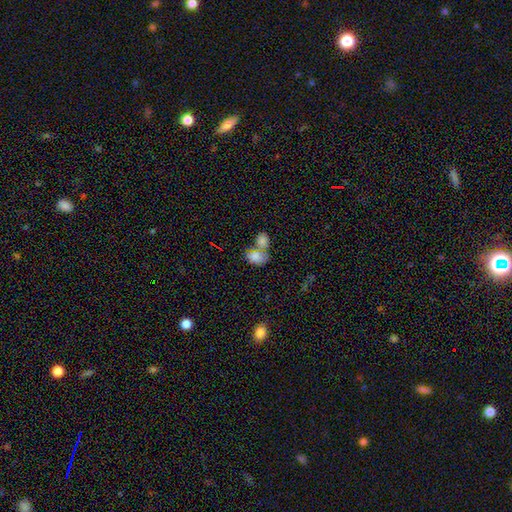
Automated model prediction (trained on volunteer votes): Smooth or featured: smooth — 81% (featured or disk — 10%)
How rounded: in between — 79% (round — 20%)
Merging: merger — 57% (none — 27%)